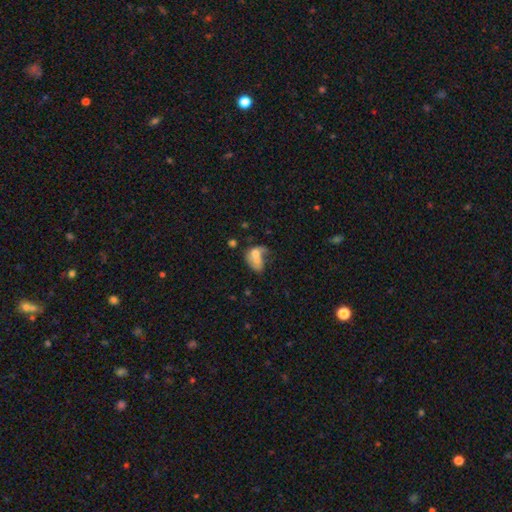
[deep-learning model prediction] A smooth galaxy with no disk features (59%) that is in between round and cigar-shaped (75%). Merging: merger (49%).